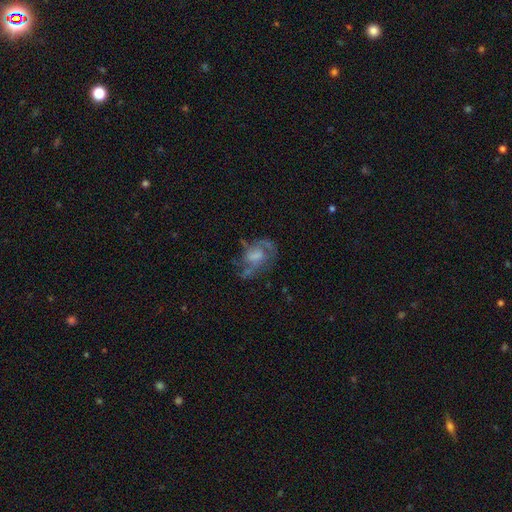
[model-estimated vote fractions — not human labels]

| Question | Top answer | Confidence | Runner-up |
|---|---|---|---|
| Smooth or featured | featured or disk | 64% | smooth (27%) |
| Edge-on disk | no | 97% | yes (3%) |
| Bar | no | 55% | weak (37%) |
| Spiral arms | yes | 67% | no (33%) |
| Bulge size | none | 34% | moderate (30%) |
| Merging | none | 42% | major disturbance (30%) |